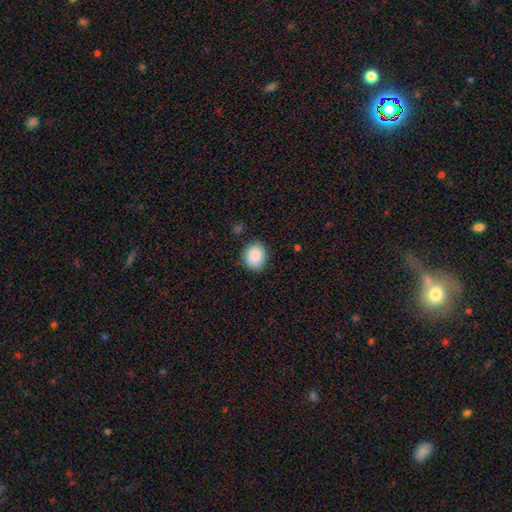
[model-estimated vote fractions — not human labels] smooth-or-featured: smooth: 88% | star or artifact: 8% | featured or disk: 4%
  how-rounded: round: 63% | in between: 36% | cigar-shaped: 1%
  merging: none: 84% | minor disturbance: 12% | major disturbance: 3% | merger: 1%